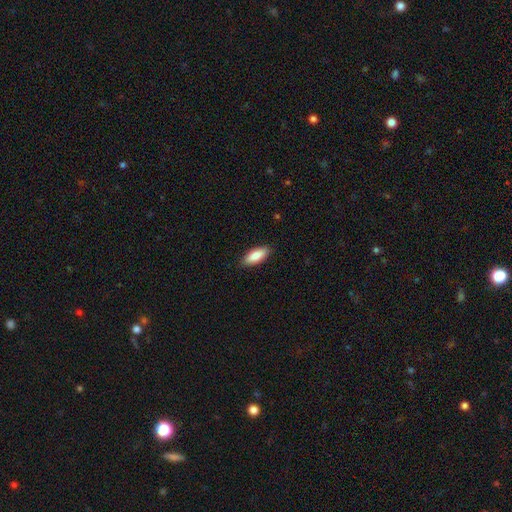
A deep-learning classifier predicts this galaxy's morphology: smooth_or_featured: smooth (p=0.85) [alt: featured or disk p=0.09]
how_rounded: in between (p=0.77) [alt: cigar-shaped p=0.21]
merging: none (p=0.89) [alt: minor disturbance p=0.08]